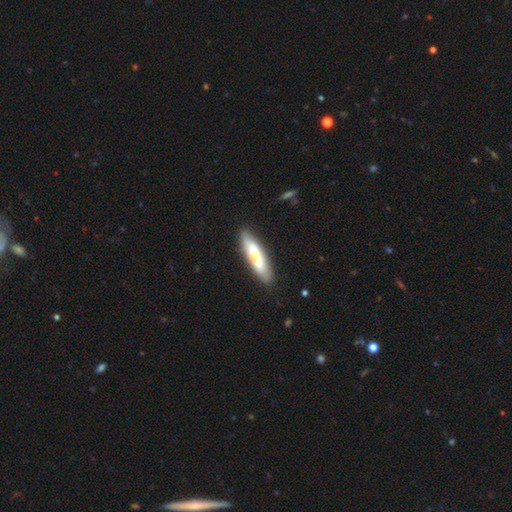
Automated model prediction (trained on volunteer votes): This is likely a smooth galaxy (61%). How rounded: likely cigar-shaped (79%). Merging: likely none (73%).